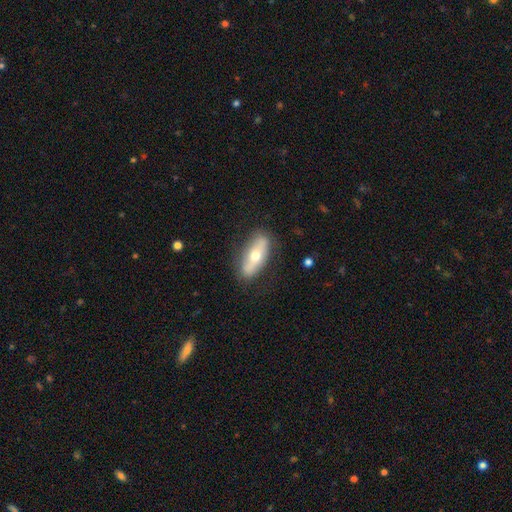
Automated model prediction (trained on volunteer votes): Morphology: type=smooth (50%); merging=none (82%).